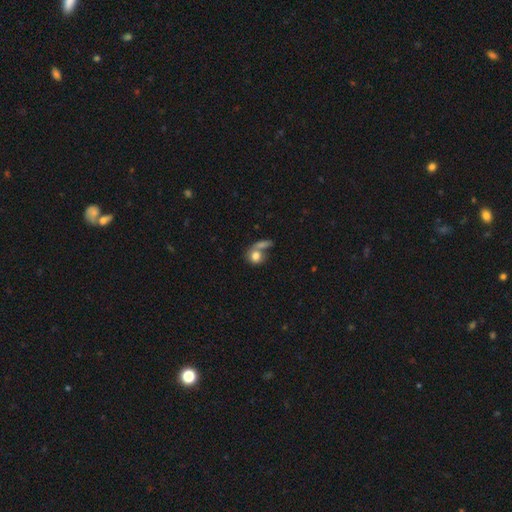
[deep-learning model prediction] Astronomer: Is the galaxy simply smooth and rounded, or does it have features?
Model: smooth — 77%.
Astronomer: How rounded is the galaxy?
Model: round — 69%.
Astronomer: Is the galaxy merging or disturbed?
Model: merger — 46% (runner-up: none, 34%).